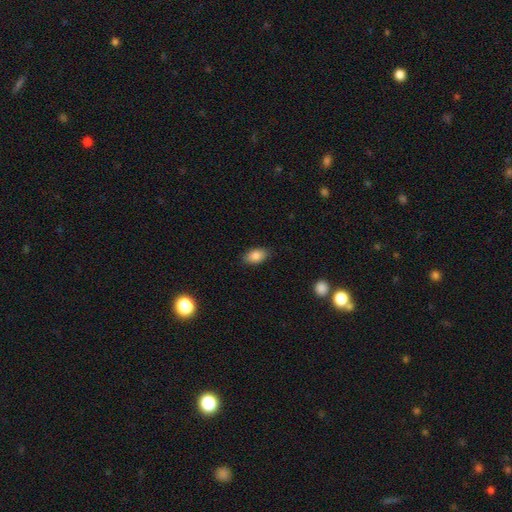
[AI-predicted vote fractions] The model was most divided on "smooth or featured": smooth: 84%, featured or disk: 8%, star or artifact: 8%. More confident: how rounded — in between (90%); merging — none (86%).